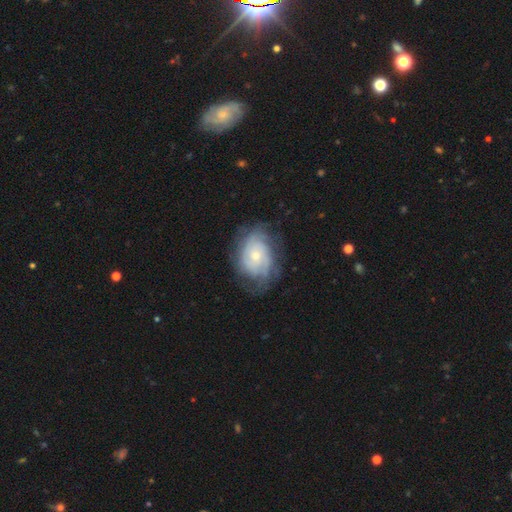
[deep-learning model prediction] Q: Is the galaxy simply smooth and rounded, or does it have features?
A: featured or disk — 74%.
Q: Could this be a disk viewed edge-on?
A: no — 97%.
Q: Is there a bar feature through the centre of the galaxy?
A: no — 77%.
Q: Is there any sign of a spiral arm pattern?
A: yes — 90%.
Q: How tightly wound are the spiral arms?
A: tight — 62%.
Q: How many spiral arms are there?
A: can't tell — 46%.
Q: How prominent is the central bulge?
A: small — 52%.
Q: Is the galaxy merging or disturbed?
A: none — 67%.